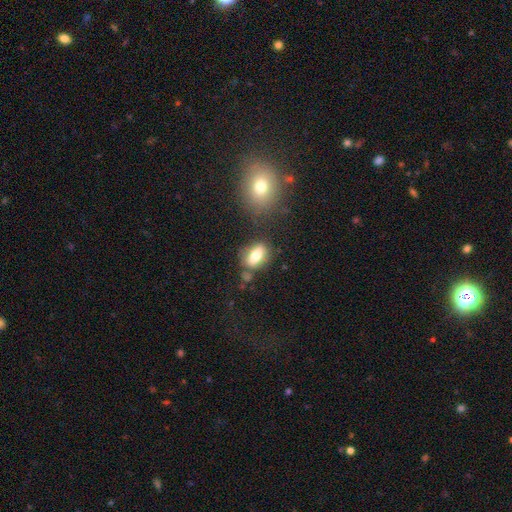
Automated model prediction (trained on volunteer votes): Morphology: type=smooth (75%); roundness=in between (82%); merging=none (68%).